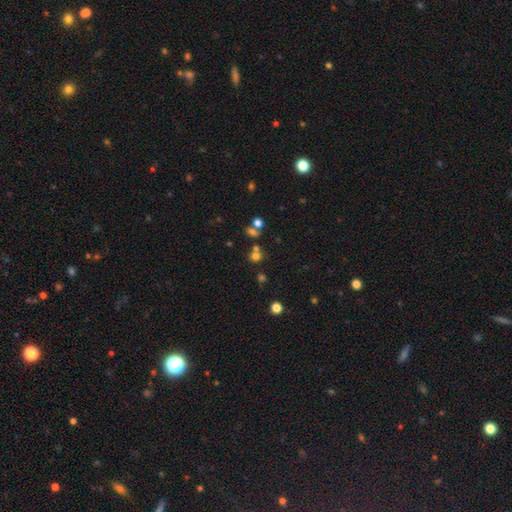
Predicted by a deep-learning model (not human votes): A smooth galaxy with no disk features (64%) that is round (82%).

Vote fractions:
- Smooth or featured? smooth: 64% / star or artifact: 25% / featured or disk: 11%
- How rounded? round: 82% / in between: 17% / cigar-shaped: 1%
- Merging? none: 60% / merger: 27% / minor disturbance: 8% / major disturbance: 5%